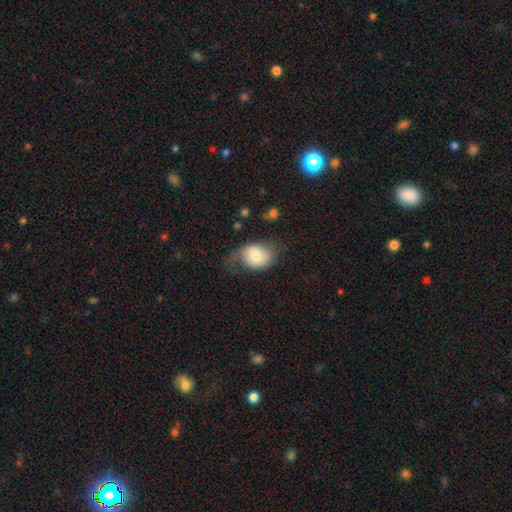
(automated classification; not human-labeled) Smooth or featured? Predicted: smooth (p=0.64). How rounded? Predicted: in between (p=0.55). Merging? Predicted: none (p=0.38).